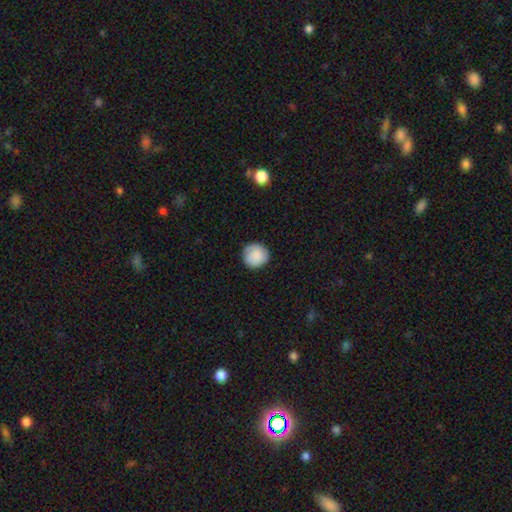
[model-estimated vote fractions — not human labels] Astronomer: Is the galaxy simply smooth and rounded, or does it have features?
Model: smooth — 85%.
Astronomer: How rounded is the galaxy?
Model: round — 94%.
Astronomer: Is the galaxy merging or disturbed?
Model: none — 86%.